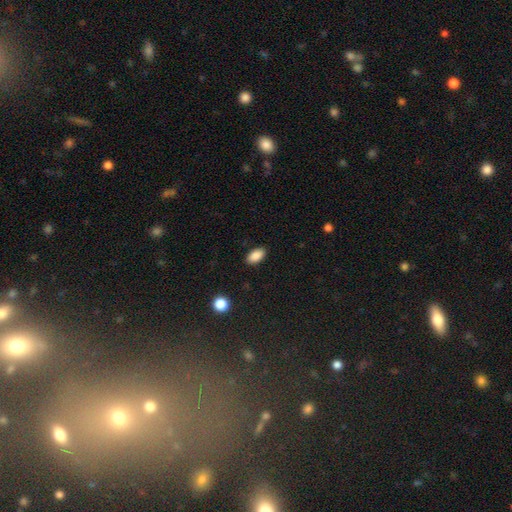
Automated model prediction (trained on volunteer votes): This is clearly a smooth galaxy (88%). How rounded: clearly in between (93%). Merging: clearly none (88%).